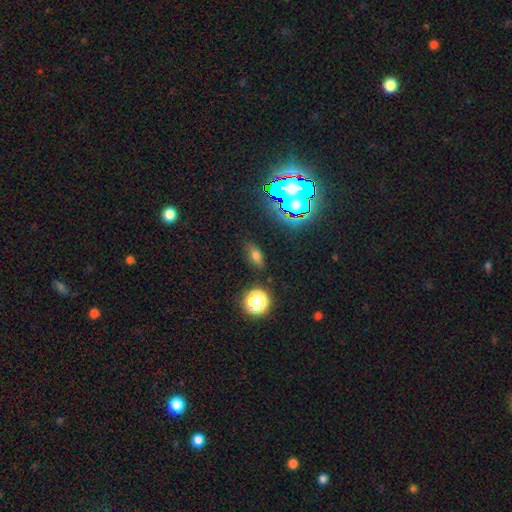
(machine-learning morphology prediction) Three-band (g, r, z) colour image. It shows a smooth galaxy with no disk features (63%) that is in between round and cigar-shaped (78%). Merging: none (81%).